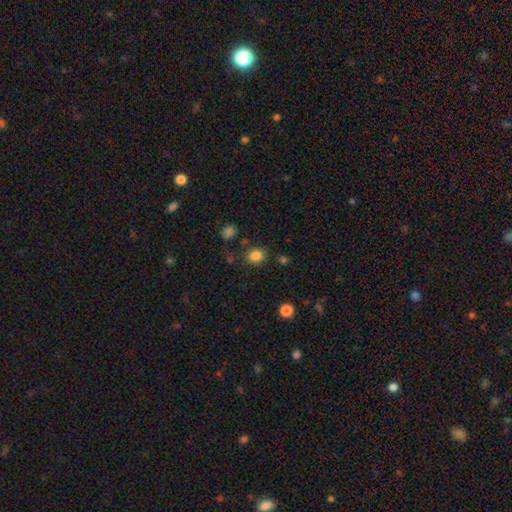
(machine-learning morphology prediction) A smooth galaxy with no disk features (83%) that is round (76%). Merging: none (84%).